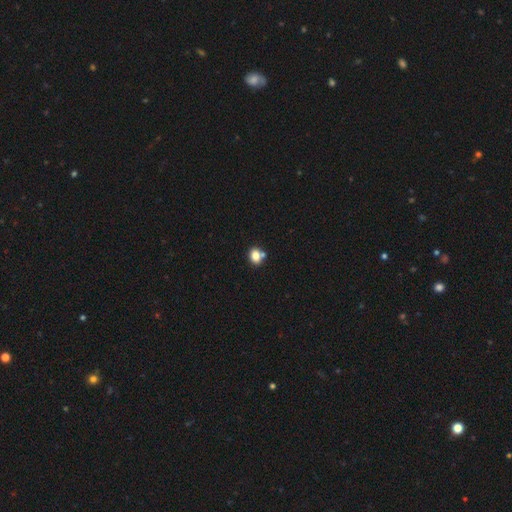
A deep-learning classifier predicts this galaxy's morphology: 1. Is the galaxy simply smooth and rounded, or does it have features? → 81% smooth, 11% star or artifact, 8% featured or disk.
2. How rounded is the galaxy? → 59% in between, 40% round, 1% cigar-shaped.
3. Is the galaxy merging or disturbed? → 63% none, 22% merger, 12% minor disturbance, 3% major disturbance.